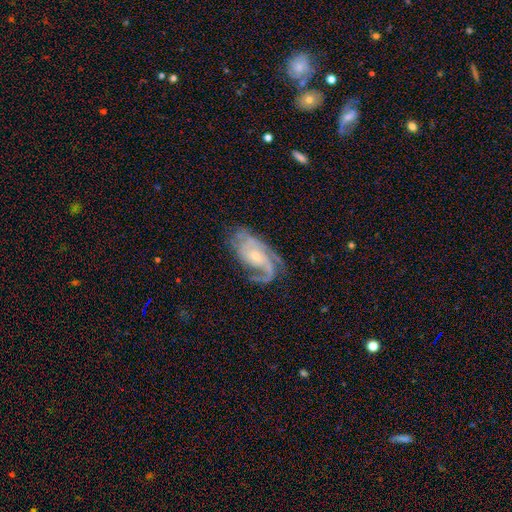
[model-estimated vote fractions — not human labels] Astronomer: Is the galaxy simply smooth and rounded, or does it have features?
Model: featured or disk — 88%.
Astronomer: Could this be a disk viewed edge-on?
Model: no — 96%.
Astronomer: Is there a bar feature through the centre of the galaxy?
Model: no — 68%.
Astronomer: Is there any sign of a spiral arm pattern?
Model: yes — 97%.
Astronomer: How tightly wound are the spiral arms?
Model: tight — 45% (runner-up: medium, 41%).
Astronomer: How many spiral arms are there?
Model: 2 — 38% (runner-up: 3, 25%).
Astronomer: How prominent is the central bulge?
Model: small — 66%.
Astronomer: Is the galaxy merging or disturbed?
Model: none — 63%.